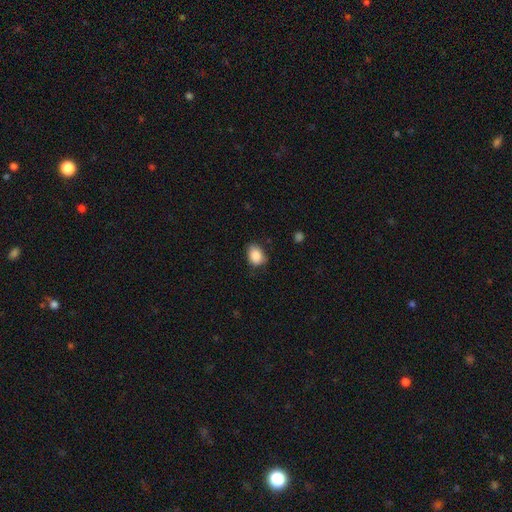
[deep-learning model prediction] The model was most divided on "how rounded": in between: 68%, round: 31%, cigar-shaped: 1%. More confident: smooth or featured — smooth (88%); merging — none (68%).